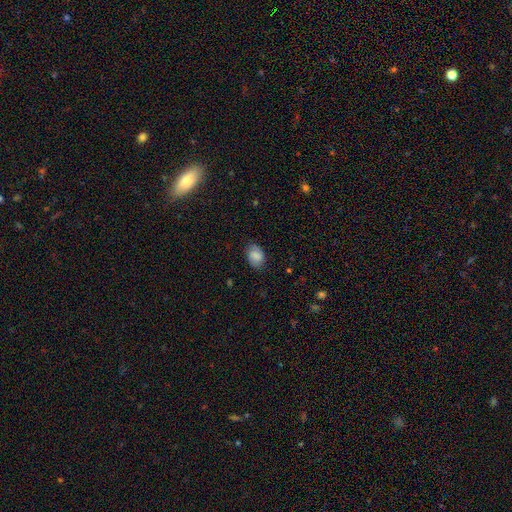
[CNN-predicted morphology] The model was most divided on "how rounded": in between: 77%, round: 22%, cigar-shaped: 1%. More confident: merging — none (78%); smooth or featured — smooth (76%).